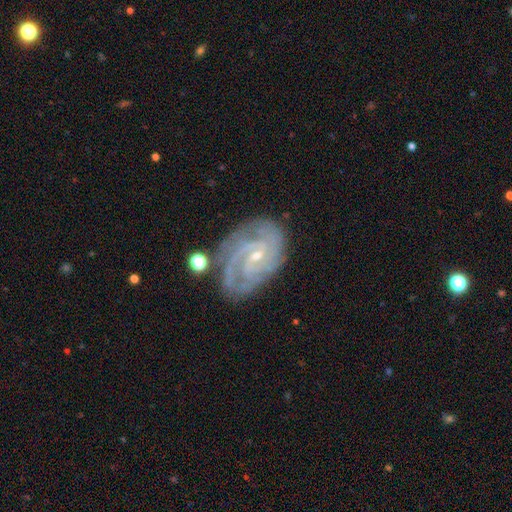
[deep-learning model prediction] This is clearly a featured or disk galaxy (88%). It is clearly not viewed edge-on (97%). Bar: marginally no (44%, tied with weak). Spiral arm pattern: clearly yes (97%). Spiral arm count: marginally 3 (30%). Spiral winding: likely tight (64%). Central bulge: likely small (79%). Merging: likely none (69%).